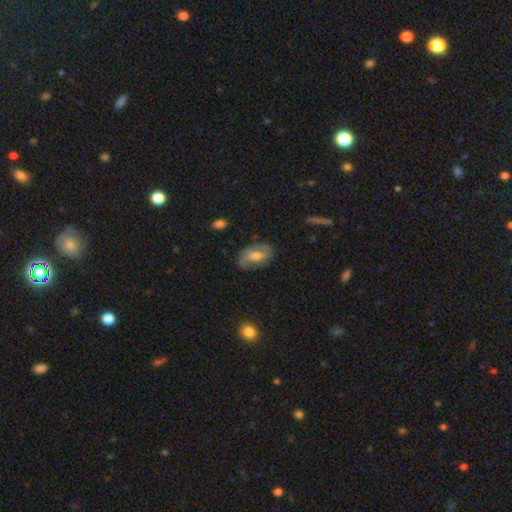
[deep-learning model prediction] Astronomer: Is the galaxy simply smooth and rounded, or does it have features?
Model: smooth — 46%, tied with featured or disk at 46%.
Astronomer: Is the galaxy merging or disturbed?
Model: none — 67%.